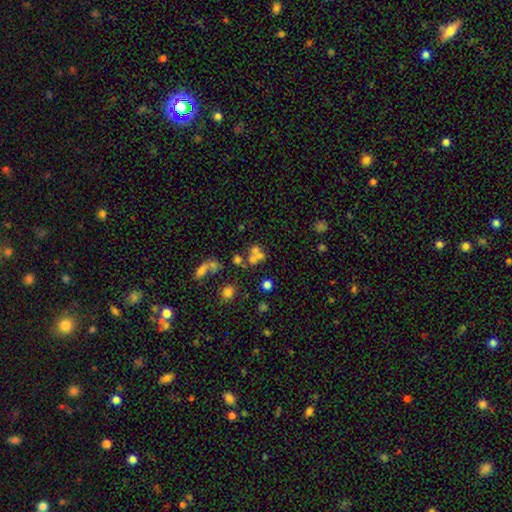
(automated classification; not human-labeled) The model was most divided on "merging": merger: 52%, none: 32%, minor disturbance: 8%, major disturbance: 7%. More confident: how rounded — round (70%); smooth or featured — smooth (52%).